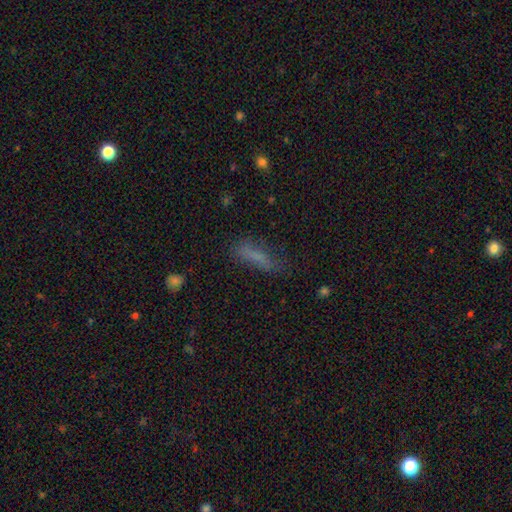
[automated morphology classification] Smooth or featured? Predicted: smooth (p=0.72). How rounded? Predicted: cigar-shaped (p=0.66). Merging? Predicted: none (p=0.62).